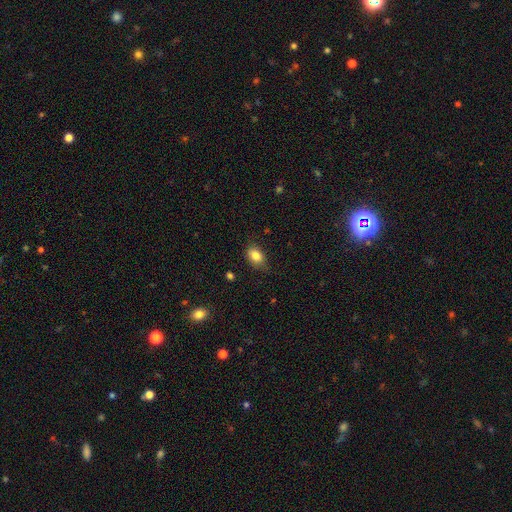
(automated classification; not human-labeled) Smooth or featured? Predicted: smooth (p=0.83). How rounded? Predicted: in between (p=0.80). Merging? Predicted: none (p=0.76).